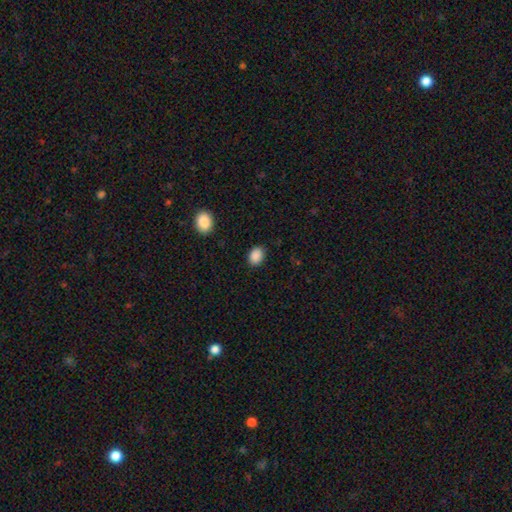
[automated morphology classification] The model was most divided on "how rounded": in between: 68%, round: 31%, cigar-shaped: 1%. More confident: smooth or featured — smooth (89%); merging — none (88%).